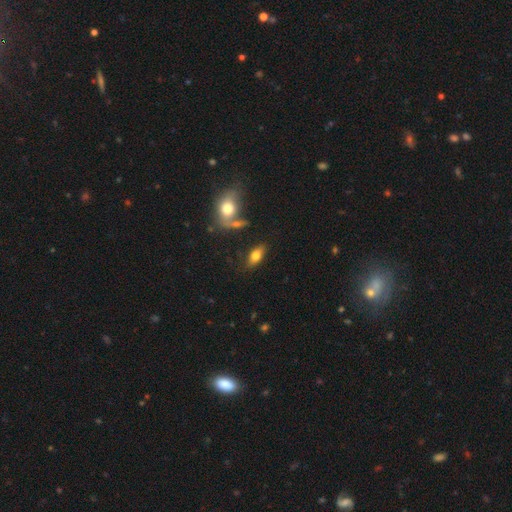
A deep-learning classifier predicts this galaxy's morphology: The model was most divided on "smooth or featured": smooth: 70%, featured or disk: 21%, star or artifact: 8%. More confident: how rounded — in between (84%); merging — none (72%).